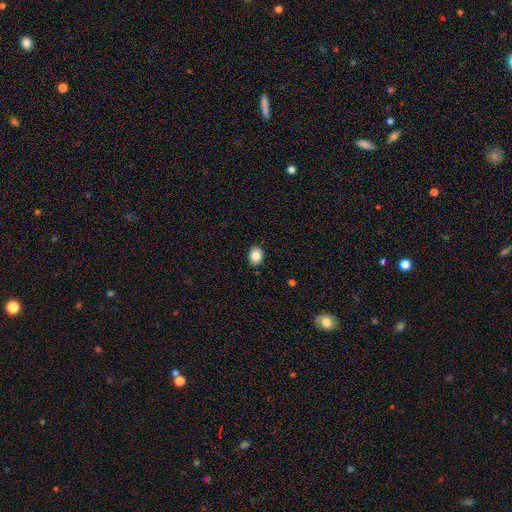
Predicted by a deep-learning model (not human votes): Smooth or featured: smooth — 84% (star or artifact — 9%)
How rounded: in between — 54% (round — 45%)
Merging: none — 88% (minor disturbance — 9%)